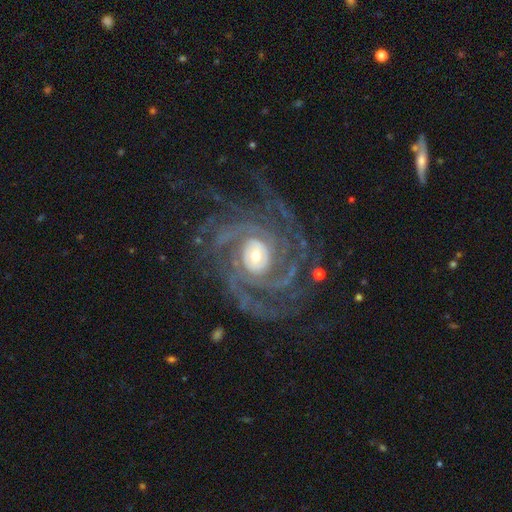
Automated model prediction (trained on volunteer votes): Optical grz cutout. It shows a featured or disk galaxy (92%) with no bar (64%), 3 (19%, tied with 2) tight (68%) spiral arms (98%) and a moderate central bulge (52%). Merging: none (71%).